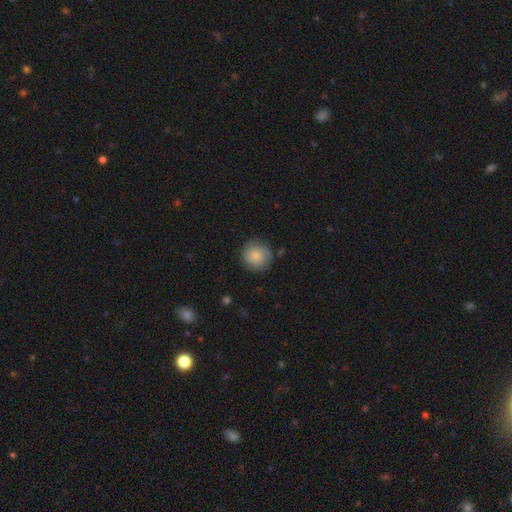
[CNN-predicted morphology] smooth_or_featured: smooth (p=0.81) [alt: featured or disk p=0.12]
how_rounded: round (p=0.93) [alt: in between p=0.06]
merging: none (p=0.81) [alt: minor disturbance p=0.14]